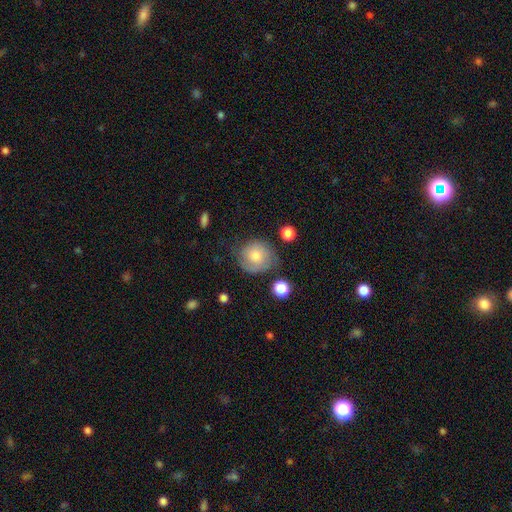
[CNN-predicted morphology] A smooth galaxy with no disk features (63%) that is round (82%). Merging: none (58%).